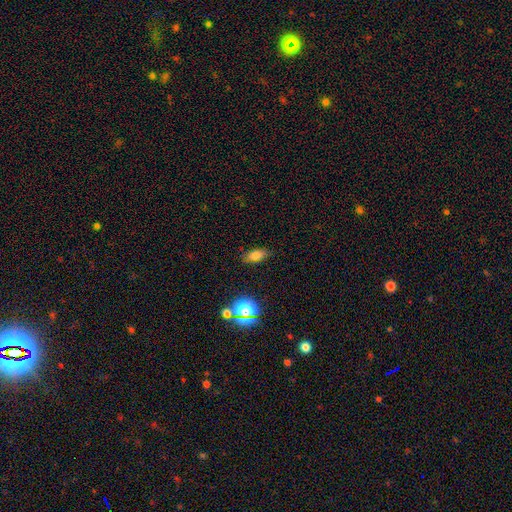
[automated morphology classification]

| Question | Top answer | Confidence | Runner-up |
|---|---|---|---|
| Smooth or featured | smooth | 73% | star or artifact (16%) |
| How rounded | in between | 83% | cigar-shaped (10%) |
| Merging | none | 85% | minor disturbance (11%) |